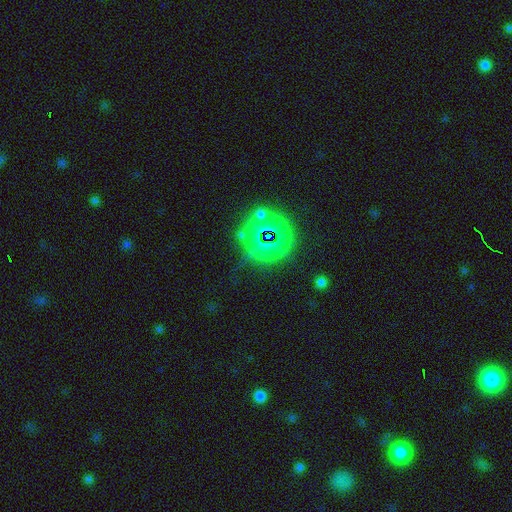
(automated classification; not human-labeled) Smooth or featured? Predicted: star or artifact (p=0.77).